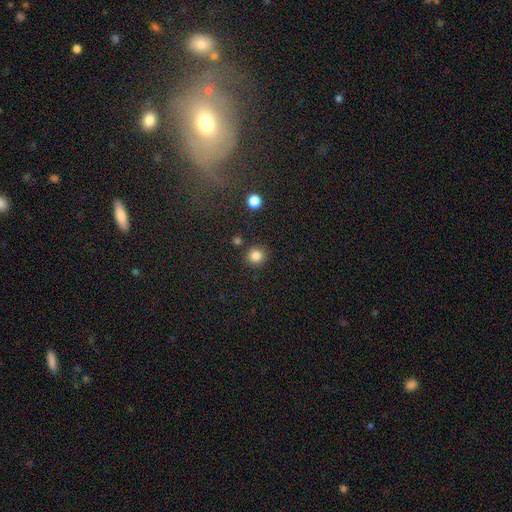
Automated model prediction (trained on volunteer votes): smooth-or-featured: smooth: 83% | star or artifact: 12% | featured or disk: 5%
  how-rounded: round: 89% | in between: 10% | cigar-shaped: 1%
  merging: none: 88% | minor disturbance: 7% | merger: 4% | major disturbance: 2%